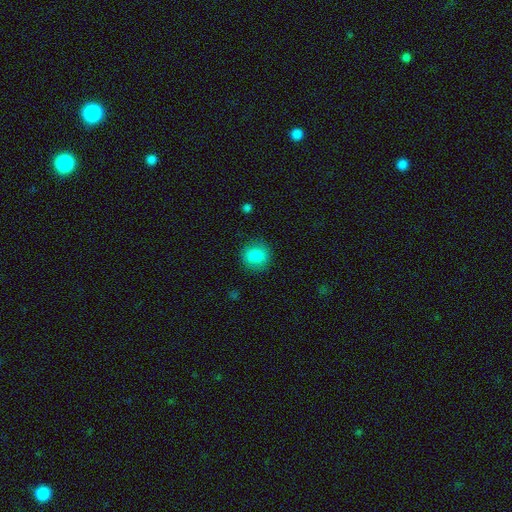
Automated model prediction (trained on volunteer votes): This appears to be a smooth galaxy with no disk features (86%) that is round (86%). Merging: none (87%).